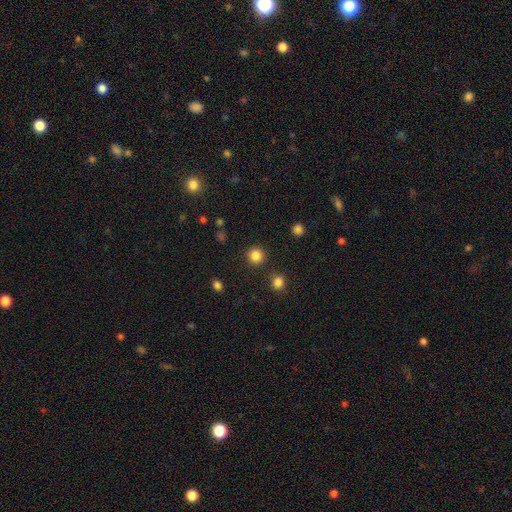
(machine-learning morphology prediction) Smooth or featured?
  - smooth: 84% *
  - star or artifact: 12%
  - featured or disk: 4%
How rounded?
  - round: 94% *
  - in between: 5%
  - cigar-shaped: 1%
Merging?
  - none: 89% *
  - minor disturbance: 5%
  - merger: 3%
  - major disturbance: 3%